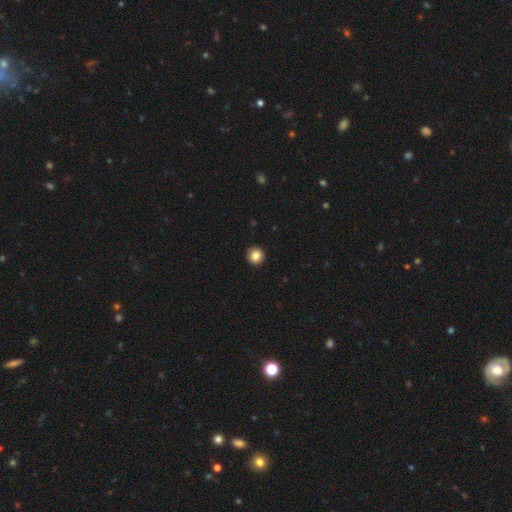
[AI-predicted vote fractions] smooth-or-featured: smooth: 86% | star or artifact: 9% | featured or disk: 5%
  how-rounded: round: 95% | in between: 4% | cigar-shaped: 1%
  merging: none: 94% | minor disturbance: 4% | major disturbance: 1% | merger: 1%